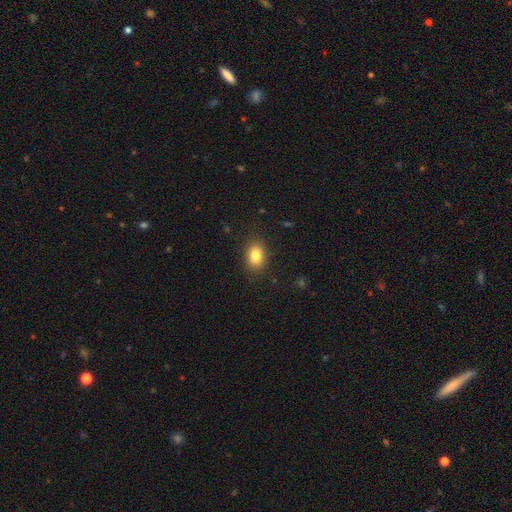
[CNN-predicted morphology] This is clearly a smooth galaxy (83%). How rounded: likely in between (74%). Merging: clearly none (87%).